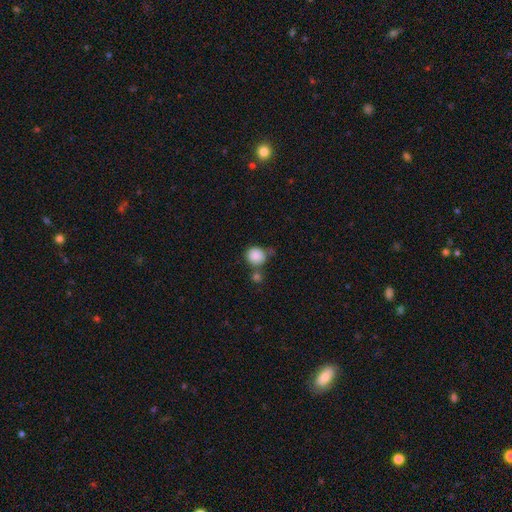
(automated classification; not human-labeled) Q: Smooth or featured?
A: smooth (87%); runner-up: star or artifact (8%)
Q: How rounded?
A: round (87%); runner-up: in between (12%)
Q: Merging?
A: none (53%); runner-up: merger (25%)